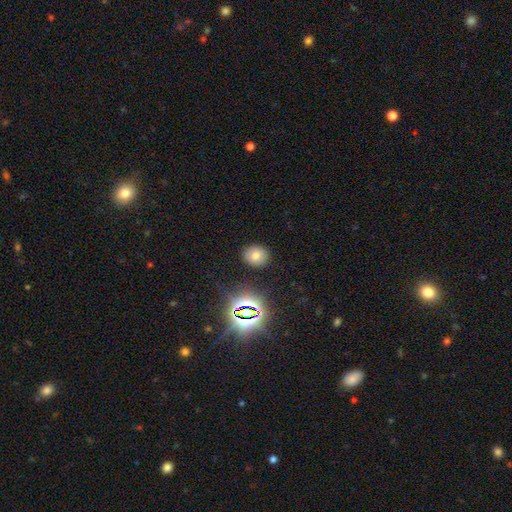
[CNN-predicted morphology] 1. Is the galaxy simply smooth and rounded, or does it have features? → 68% smooth, 21% star or artifact, 11% featured or disk.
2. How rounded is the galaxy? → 70% round, 29% in between, 1% cigar-shaped.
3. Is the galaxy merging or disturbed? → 87% none, 8% minor disturbance, 3% major disturbance, 2% merger.